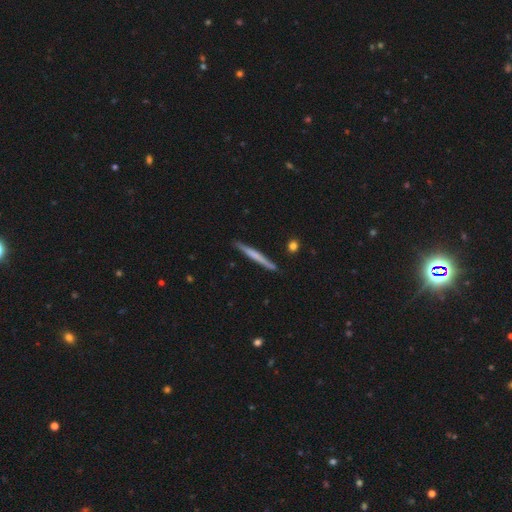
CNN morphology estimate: Smooth or featured? smooth (51%)
How rounded? cigar-shaped (97%)
Merging? none (90%)